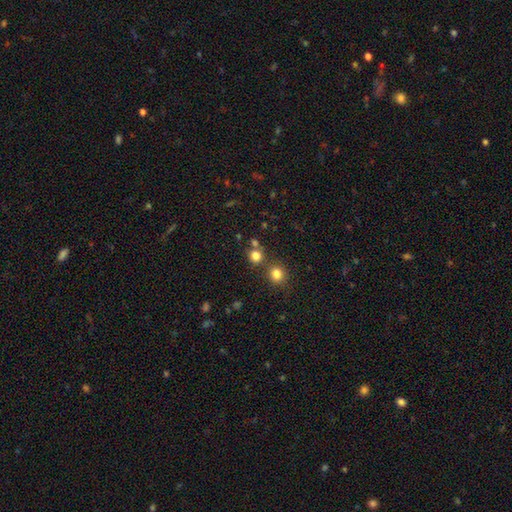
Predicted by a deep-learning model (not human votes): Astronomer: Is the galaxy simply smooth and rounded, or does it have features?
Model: smooth — 79%.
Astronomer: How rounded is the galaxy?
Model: round — 88%.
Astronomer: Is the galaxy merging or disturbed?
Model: none — 69%.